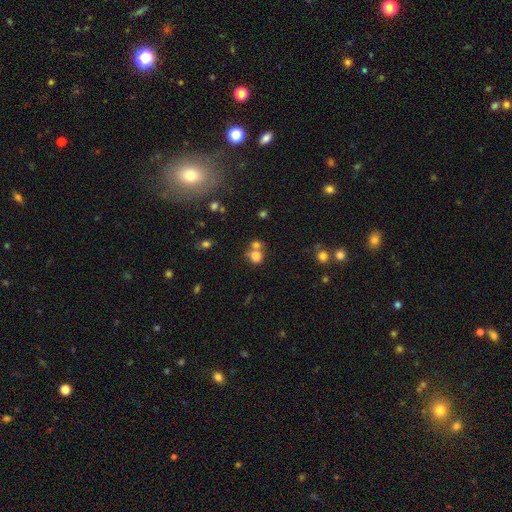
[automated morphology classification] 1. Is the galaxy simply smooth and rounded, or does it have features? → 79% smooth, 13% star or artifact, 9% featured or disk.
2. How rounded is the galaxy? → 75% round, 24% in between, 1% cigar-shaped.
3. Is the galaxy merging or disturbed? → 43% merger, 42% none, 10% minor disturbance, 5% major disturbance.